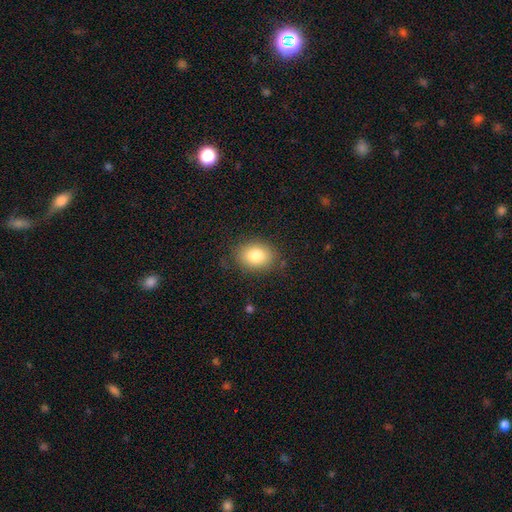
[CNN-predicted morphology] smooth_or_featured: smooth (p=0.81) [alt: featured or disk p=0.10]
how_rounded: in between (p=0.64) [alt: round p=0.35]
merging: none (p=0.82) [alt: minor disturbance p=0.13]